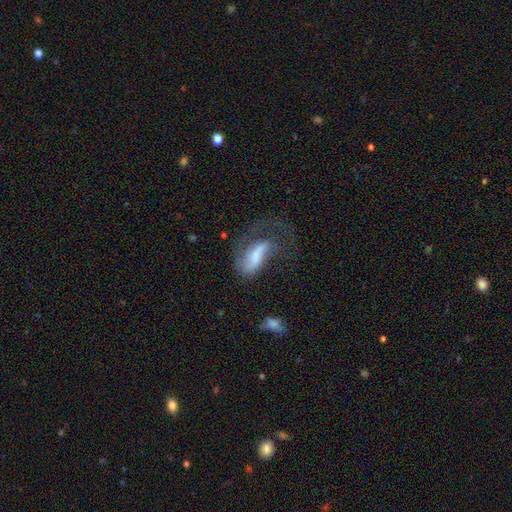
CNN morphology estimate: Q: Smooth or featured?
A: featured or disk (47%); runner-up: smooth (45%)
Q: Merging?
A: major disturbance (53%); runner-up: none (25%)